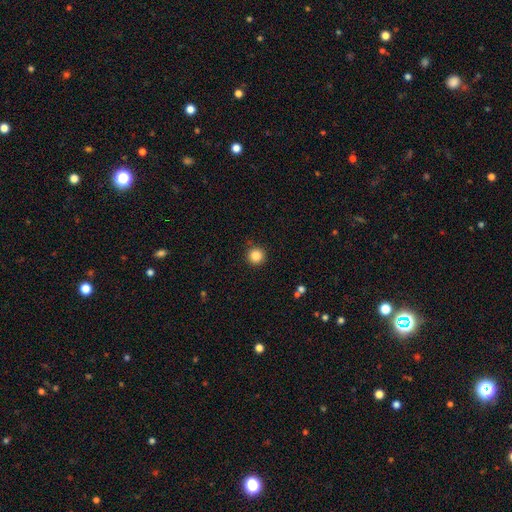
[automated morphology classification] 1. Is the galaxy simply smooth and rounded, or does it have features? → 85% smooth, 11% star or artifact, 4% featured or disk.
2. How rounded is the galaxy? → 96% round, 3% in between, 1% cigar-shaped.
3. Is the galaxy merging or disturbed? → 91% none, 5% minor disturbance, 2% major disturbance, 1% merger.